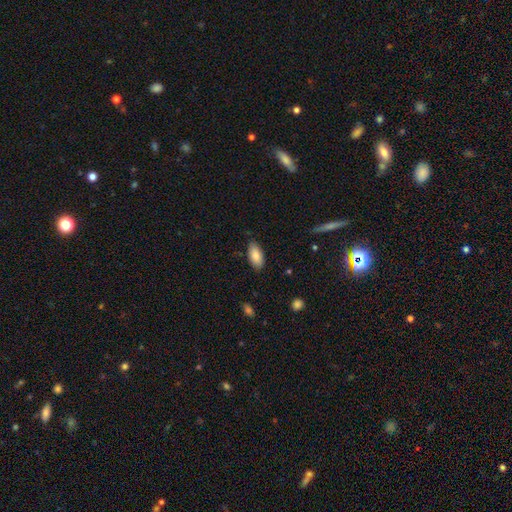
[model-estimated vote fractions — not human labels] smooth-or-featured: smooth: 85% | featured or disk: 9% | star or artifact: 7%
  how-rounded: in between: 93% | cigar-shaped: 5% | round: 2%
  merging: none: 83% | minor disturbance: 14% | major disturbance: 2% | merger: 1%